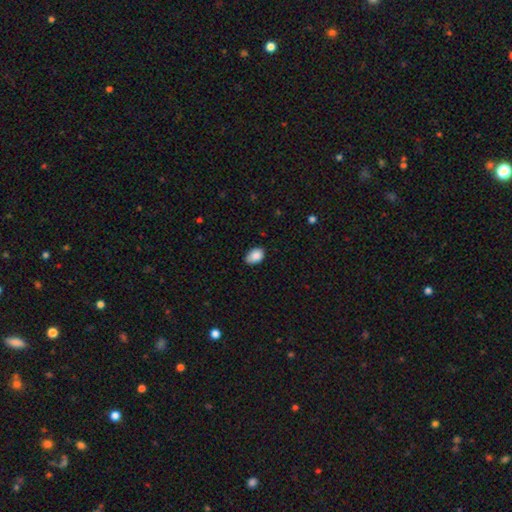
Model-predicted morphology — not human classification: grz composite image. It shows a smooth galaxy with no disk features (87%) that is in between round and cigar-shaped (84%). Merging: none (77%).